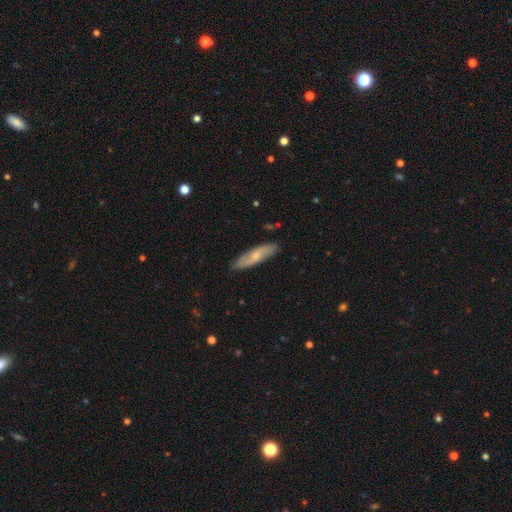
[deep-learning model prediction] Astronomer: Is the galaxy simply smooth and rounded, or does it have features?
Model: smooth — 54% (runner-up: featured or disk, 40%).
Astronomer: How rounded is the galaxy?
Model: cigar-shaped — 68%.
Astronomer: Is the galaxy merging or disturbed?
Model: none — 87%.